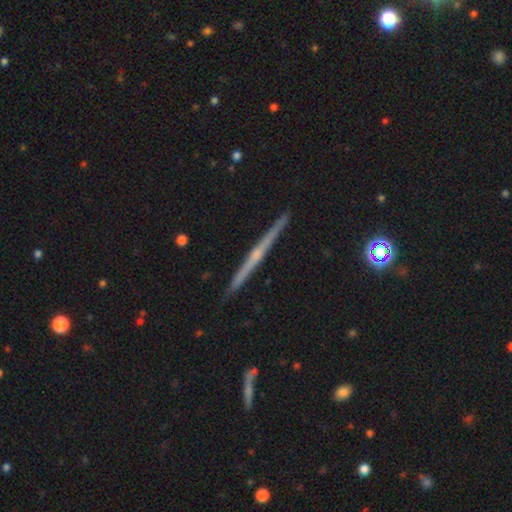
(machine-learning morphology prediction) smooth_or_featured: featured or disk (p=0.76) [alt: smooth p=0.17]
disk_edge_on: yes (p=0.98) [alt: no p=0.02]
edge_on_bulge: rounded (p=0.54) [alt: none p=0.40]
merging: none (p=0.92) [alt: minor disturbance p=0.06]